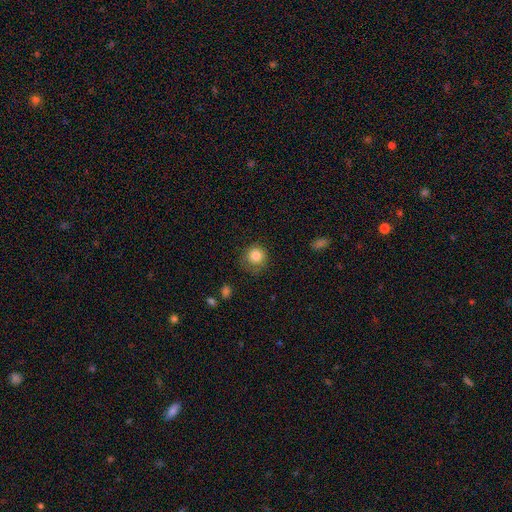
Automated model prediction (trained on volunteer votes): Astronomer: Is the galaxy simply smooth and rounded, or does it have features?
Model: smooth — 84%.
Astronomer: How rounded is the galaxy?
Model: round — 90%.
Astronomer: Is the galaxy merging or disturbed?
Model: none — 70%.